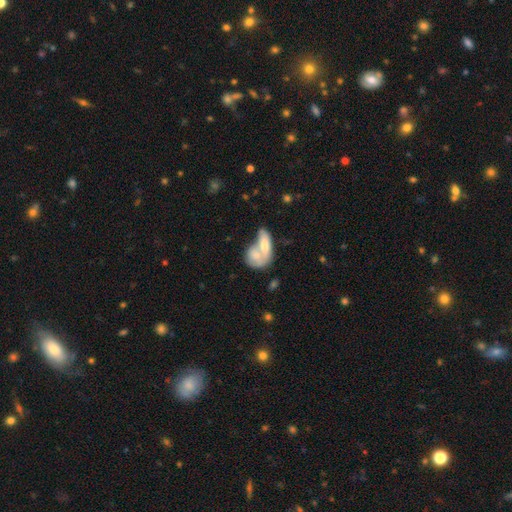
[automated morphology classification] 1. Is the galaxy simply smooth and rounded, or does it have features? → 67% smooth, 27% featured or disk, 6% star or artifact.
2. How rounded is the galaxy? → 71% in between, 21% round, 8% cigar-shaped.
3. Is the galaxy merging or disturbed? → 69% merger, 17% none, 8% minor disturbance, 6% major disturbance.